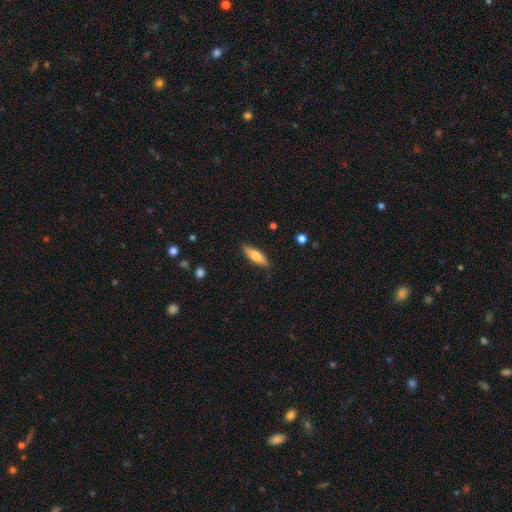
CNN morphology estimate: Overall: smooth (63%; featured or disk 31%). How rounded: cigar-shaped (59%; in between 39%). Merging: none (88%).